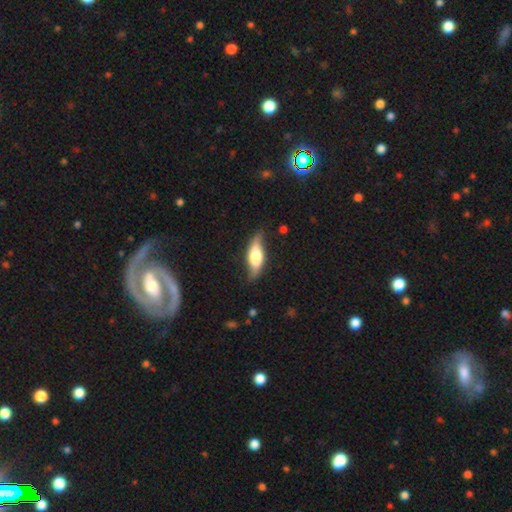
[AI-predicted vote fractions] This is possibly a featured or disk galaxy (49%). Merging: likely none (69%).